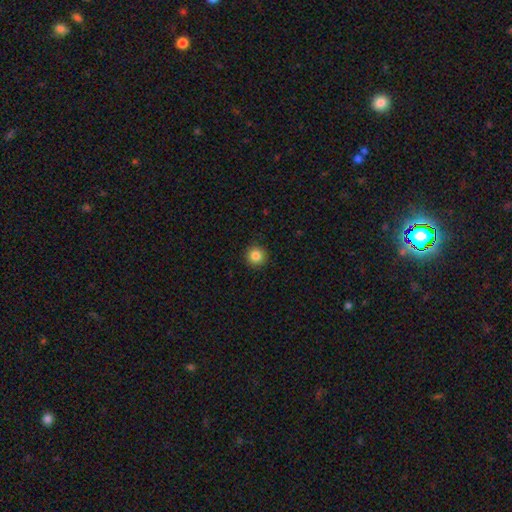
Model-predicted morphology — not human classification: Smooth or featured: smooth — 84% (star or artifact — 11%)
How rounded: round — 96% (in between — 4%)
Merging: none — 93% (minor disturbance — 5%)